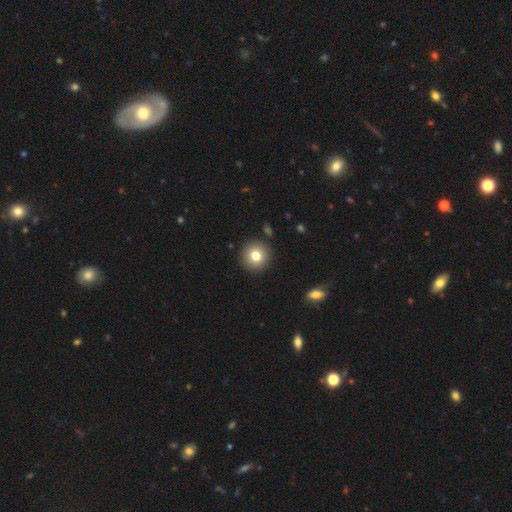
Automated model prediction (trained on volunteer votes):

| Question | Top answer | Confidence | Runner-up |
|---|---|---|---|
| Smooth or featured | smooth | 79% | star or artifact (10%) |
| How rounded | round | 94% | in between (5%) |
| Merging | none | 91% | minor disturbance (6%) |